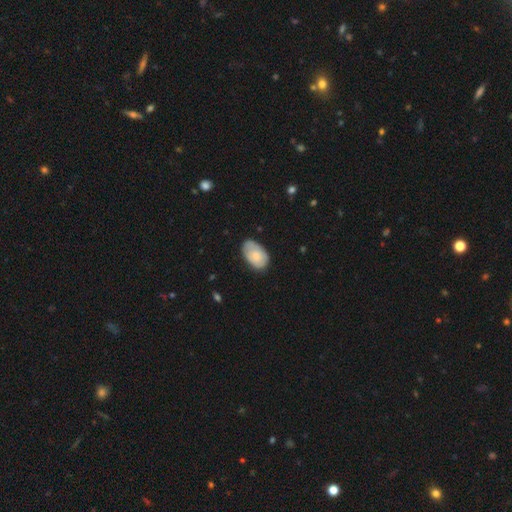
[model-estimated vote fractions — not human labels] smooth-or-featured: smooth: 74% | featured or disk: 20% | star or artifact: 6%
  how-rounded: in between: 92% | round: 7% | cigar-shaped: 1%
  merging: none: 67% | minor disturbance: 26% | major disturbance: 5% | merger: 1%